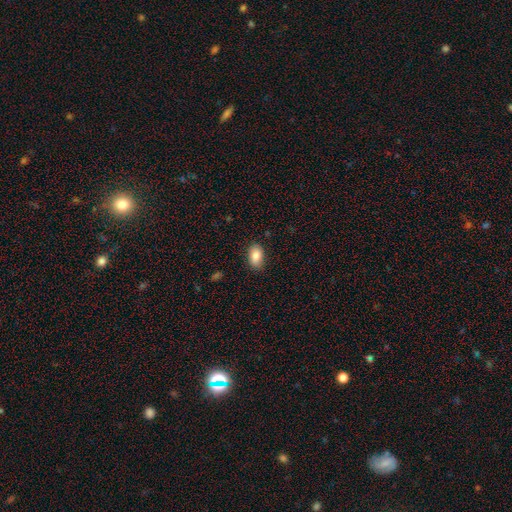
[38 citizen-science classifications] Smooth or featured?
  - smooth: 79% *
  - featured or disk: 16%
  - star or artifact: 5%
How rounded?
  - in between: 83% *
  - cigar-shaped: 10%
  - round: 7%
Merging?
  - none: 78% *
  - minor disturbance: 17%
  - major disturbance: 3%
  - merger: 3%